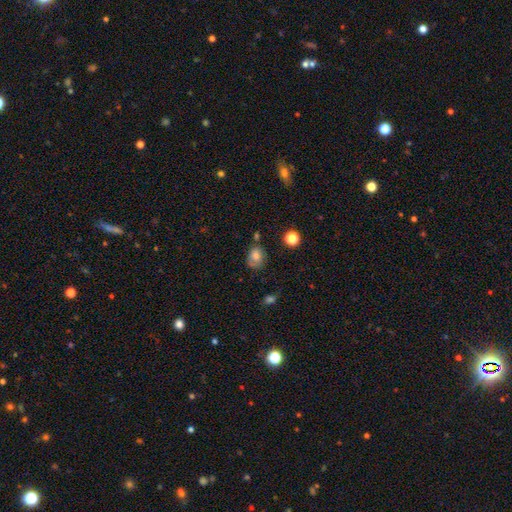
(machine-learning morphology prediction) A smooth galaxy with no disk features (75%) that is in between round and cigar-shaped (52%).

Vote fractions:
- Smooth or featured? smooth: 75% / featured or disk: 14% / star or artifact: 11%
- How rounded? in between: 52% / round: 47% / cigar-shaped: 1%
- Merging? none: 56% / minor disturbance: 28% / major disturbance: 9% / merger: 7%